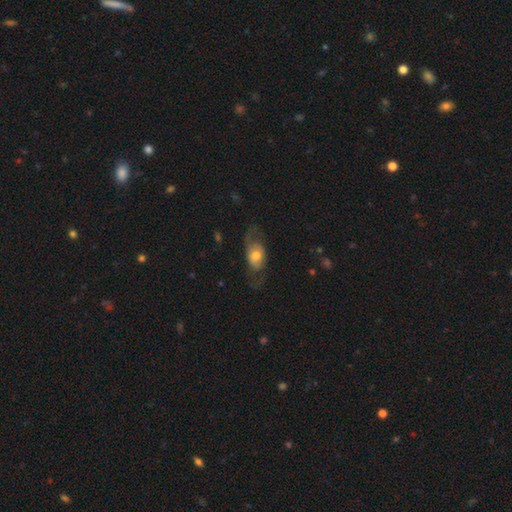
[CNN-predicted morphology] Smooth or featured? smooth (49%)
Merging? none (54%)